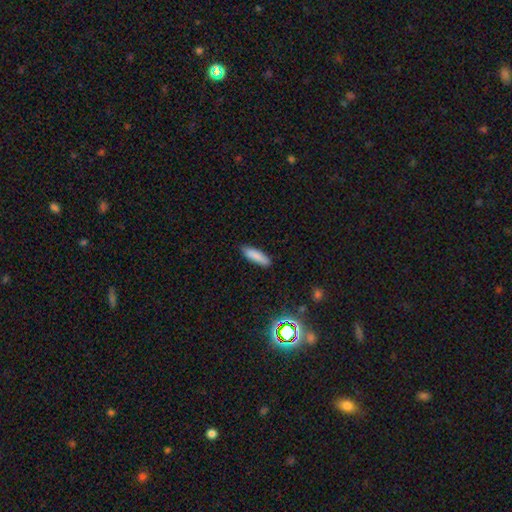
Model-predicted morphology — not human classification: smooth-or-featured: smooth: 84% | star or artifact: 8% | featured or disk: 7%
  how-rounded: cigar-shaped: 58% | in between: 41% | round: 2%
  merging: none: 84% | minor disturbance: 12% | major disturbance: 2% | merger: 1%